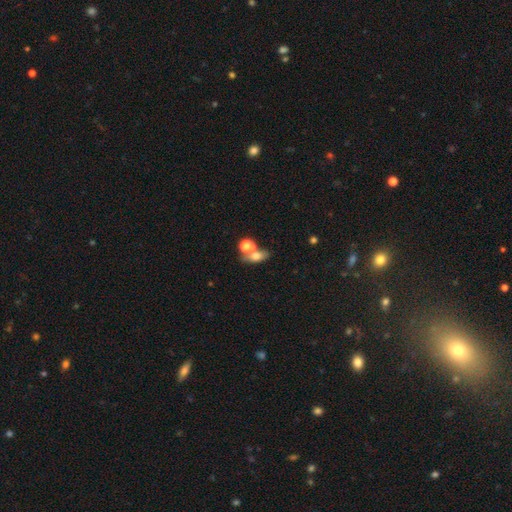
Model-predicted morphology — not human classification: This is likely a smooth galaxy (64%). How rounded: likely in between (65%). Merging: marginally none (42%).